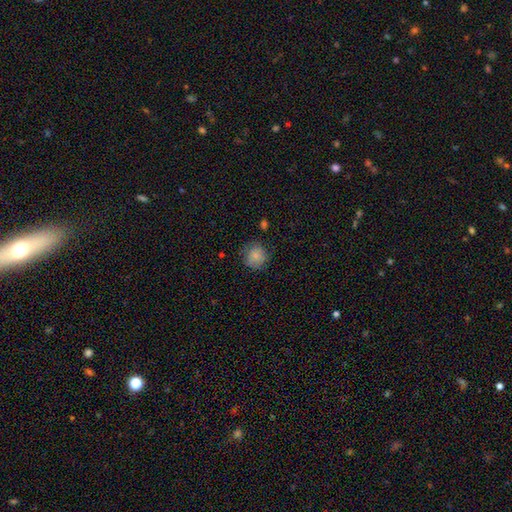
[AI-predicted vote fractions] Smooth or featured? Predicted: smooth (p=0.83). How rounded? Predicted: round (p=0.89). Merging? Predicted: none (p=0.76).